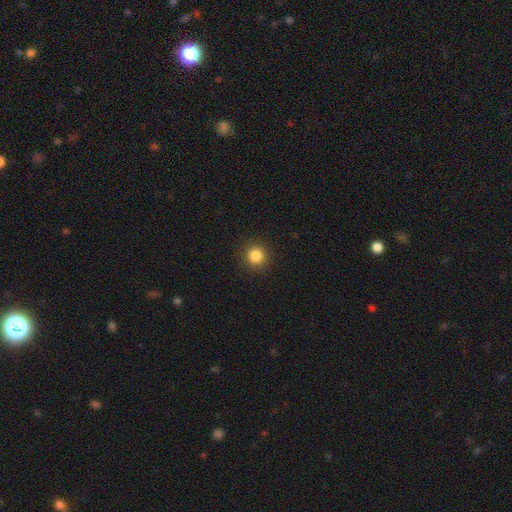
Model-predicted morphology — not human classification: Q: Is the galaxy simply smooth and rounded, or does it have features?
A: smooth — 85%.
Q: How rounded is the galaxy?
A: round — 94%.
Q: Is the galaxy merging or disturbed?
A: none — 92%.